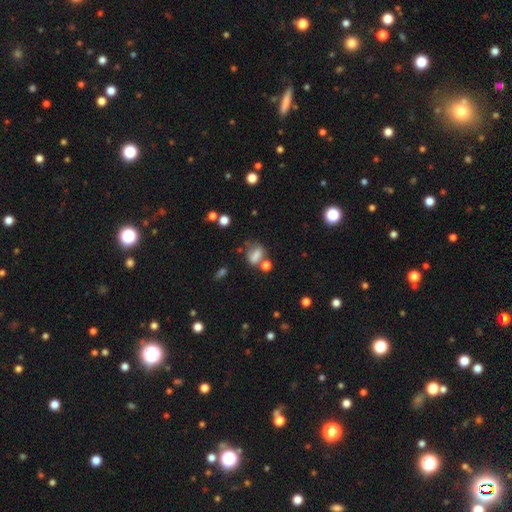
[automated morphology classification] smooth 72%, featured or disk 15%, star or artifact 14%. Down the decision tree: how rounded — in between (71%); merging — none (43%).